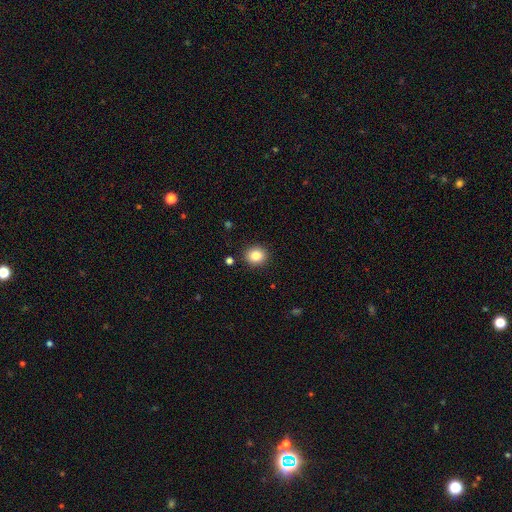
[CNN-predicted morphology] Q: Smooth or featured?
A: smooth (84%); runner-up: star or artifact (10%)
Q: How rounded?
A: round (83%); runner-up: in between (16%)
Q: Merging?
A: none (90%); runner-up: minor disturbance (6%)